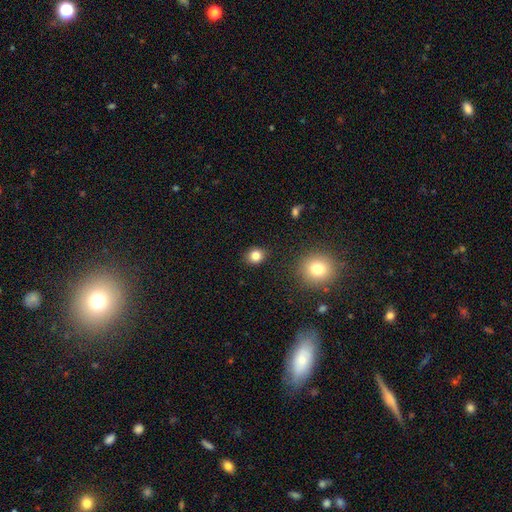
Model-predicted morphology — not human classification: This is clearly a smooth galaxy (83%). How rounded: likely round (69%). Merging: clearly none (88%).